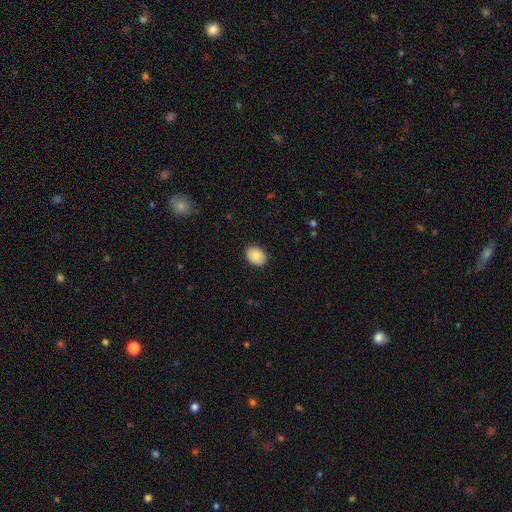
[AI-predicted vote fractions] smooth 84%, featured or disk 9%, star or artifact 7%. Down the decision tree: how rounded — in between (70%); merging — none (89%).